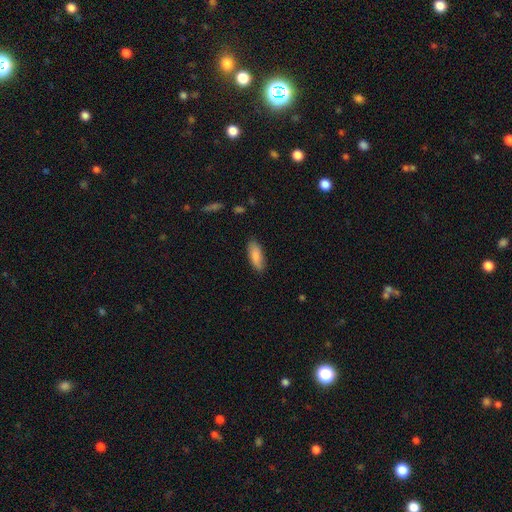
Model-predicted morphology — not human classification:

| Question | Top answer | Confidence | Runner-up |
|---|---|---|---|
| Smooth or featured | smooth | 87% | featured or disk (8%) |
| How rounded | in between | 71% | cigar-shaped (28%) |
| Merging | none | 86% | minor disturbance (11%) |